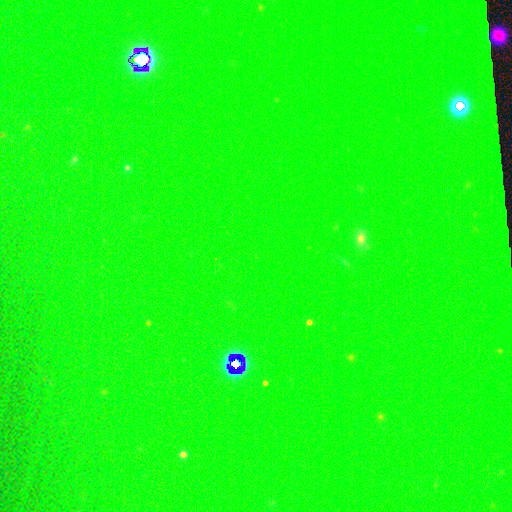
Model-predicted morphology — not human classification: A star or artifact, not a galaxy (78%).